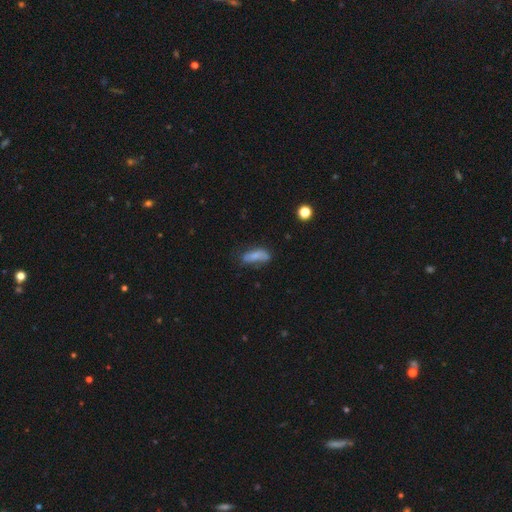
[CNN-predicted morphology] Smooth or featured?
  - smooth: 73% *
  - featured or disk: 18%
  - star or artifact: 9%
How rounded?
  - in between: 67% *
  - cigar-shaped: 30%
  - round: 3%
Merging?
  - none: 52% *
  - minor disturbance: 30%
  - major disturbance: 12%
  - merger: 6%